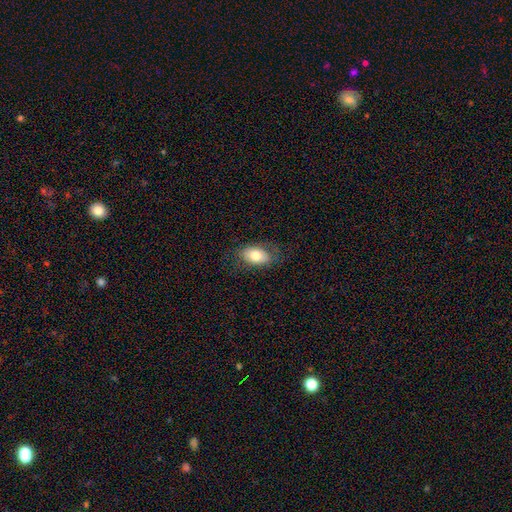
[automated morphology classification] smooth_or_featured: smooth (p=0.75) [alt: featured or disk p=0.18]
how_rounded: in between (p=0.90) [alt: round p=0.08]
merging: none (p=0.74) [alt: minor disturbance p=0.17]